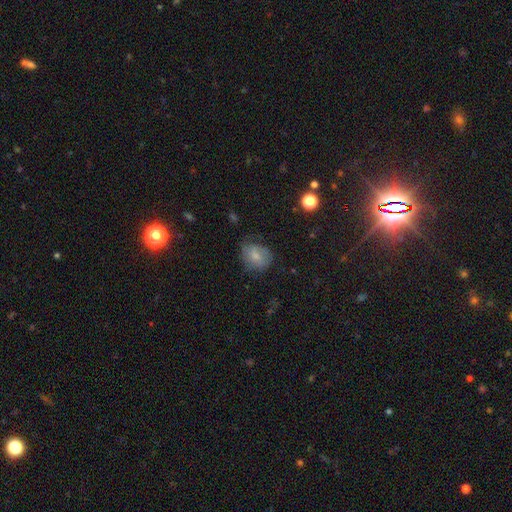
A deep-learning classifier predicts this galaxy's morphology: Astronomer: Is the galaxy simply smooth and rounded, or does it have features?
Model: smooth — 73%.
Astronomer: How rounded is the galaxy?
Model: round — 51% (runner-up: in between, 47%).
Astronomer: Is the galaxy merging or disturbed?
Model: none — 60%.